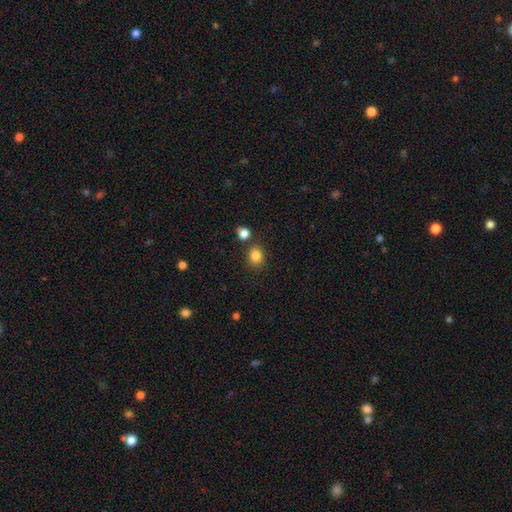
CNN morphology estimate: Smooth or featured?
  - smooth: 84% *
  - star or artifact: 12%
  - featured or disk: 5%
How rounded?
  - round: 72% *
  - in between: 27%
  - cigar-shaped: 1%
Merging?
  - none: 78% *
  - minor disturbance: 10%
  - merger: 9%
  - major disturbance: 3%